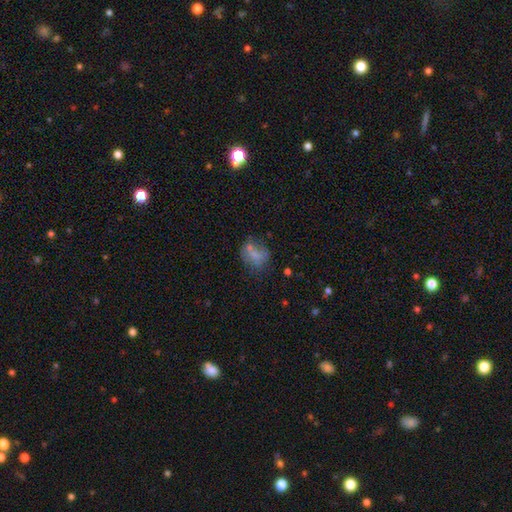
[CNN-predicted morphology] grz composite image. It shows a smooth galaxy with no disk features (60%) that is round (50%). Merging: none (43%).